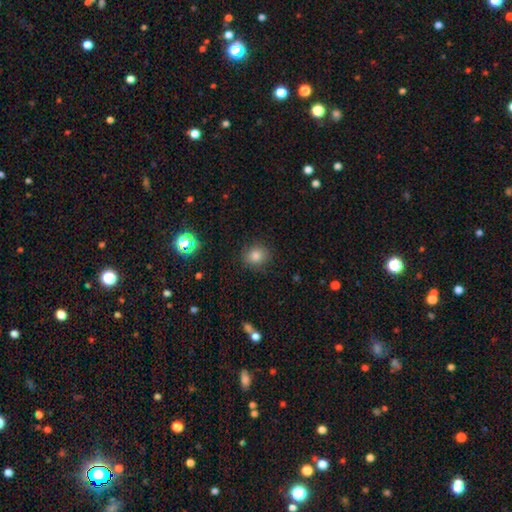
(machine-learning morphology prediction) This appears to be a smooth galaxy with no disk features (80%) that is round (79%). Merging: none (88%).